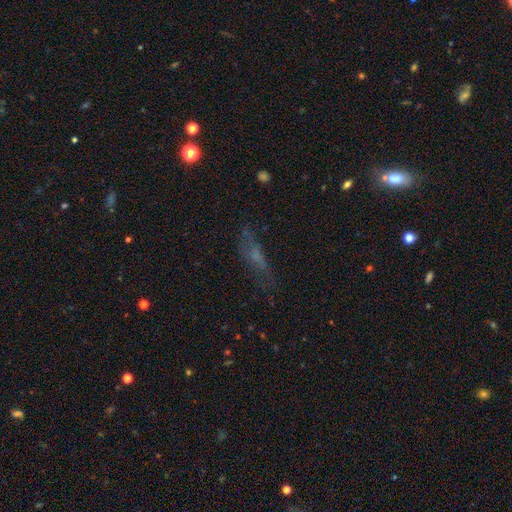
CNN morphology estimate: Q: Smooth or featured?
A: smooth (44%); runner-up: featured or disk (35%)
Q: Merging?
A: none (58%); runner-up: minor disturbance (22%)